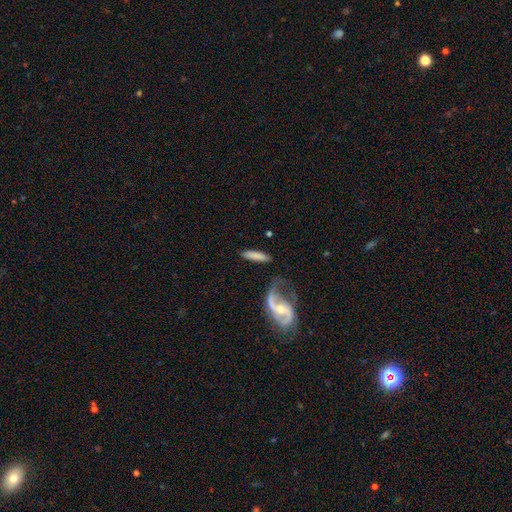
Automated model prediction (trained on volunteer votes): smooth-or-featured: smooth: 66% | featured or disk: 28% | star or artifact: 6%
  how-rounded: cigar-shaped: 72% | in between: 26% | round: 3%
  merging: none: 69% | minor disturbance: 16% | major disturbance: 8% | merger: 7%